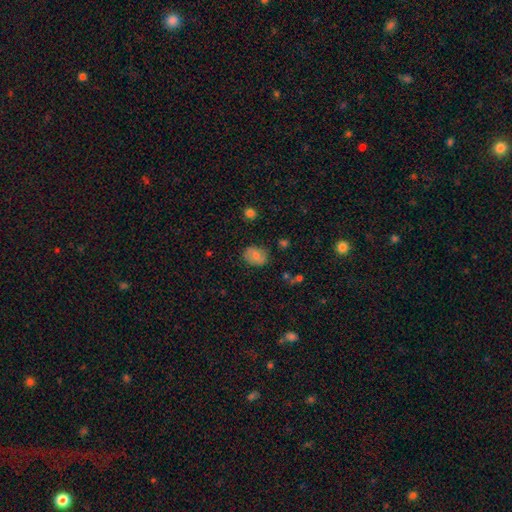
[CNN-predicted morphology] Smooth or featured?
  - smooth: 71% *
  - featured or disk: 20%
  - star or artifact: 9%
How rounded?
  - in between: 51% *
  - round: 48%
  - cigar-shaped: 1%
Merging?
  - none: 78% *
  - minor disturbance: 16%
  - major disturbance: 4%
  - merger: 2%